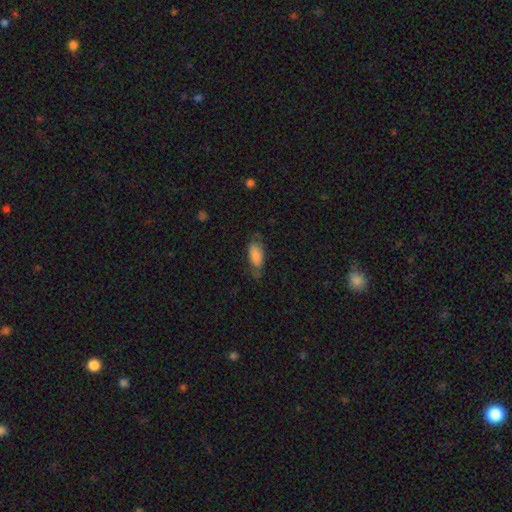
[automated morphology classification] smooth 79%, featured or disk 14%, star or artifact 7%. Down the decision tree: how rounded — in between (85%); merging — none (53%).